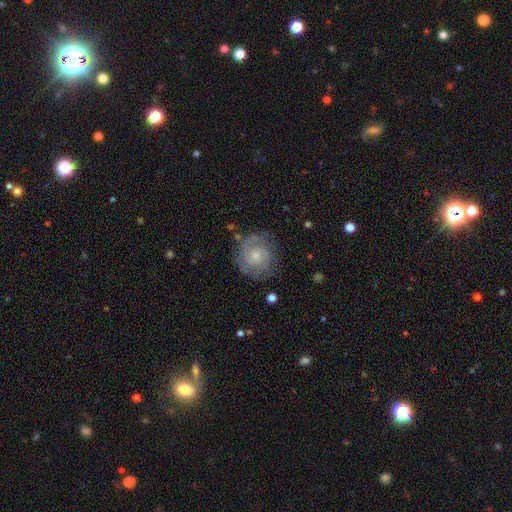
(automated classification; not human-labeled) Smooth or featured: featured or disk — 85% (smooth — 10%)
Edge-on disk: no — 98% (yes — 2%)
Bar: no — 70% (weak — 26%)
Spiral arms: yes — 97% (no — 3%)
Spiral winding: tight — 67% (medium — 28%)
Spiral arm count: 2 — 72% (3 — 11%)
Bulge size: small — 69% (moderate — 22%)
Merging: none — 79% (minor disturbance — 14%)